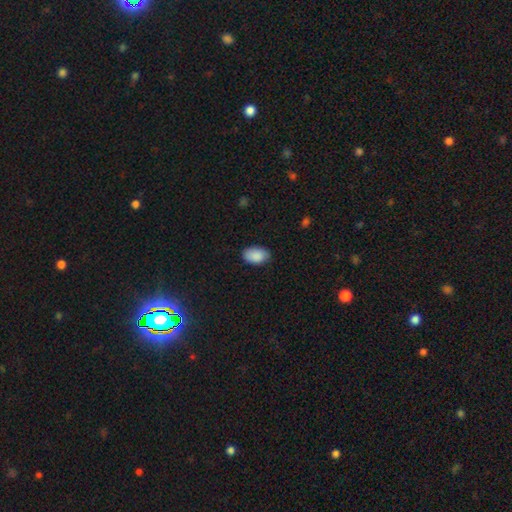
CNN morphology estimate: Smooth or featured? Predicted: smooth (p=0.89). How rounded? Predicted: in between (p=0.92). Merging? Predicted: none (p=0.82).